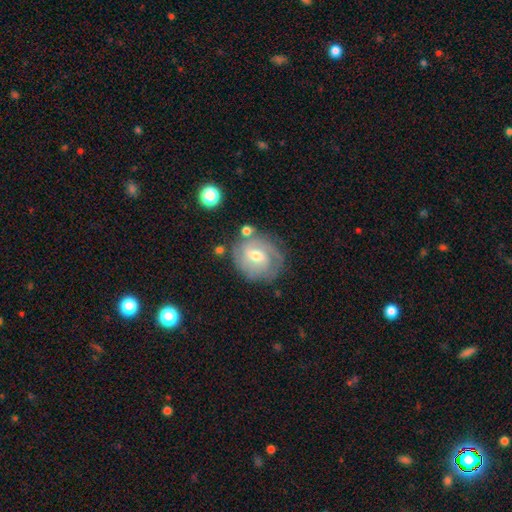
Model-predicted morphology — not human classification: This is likely a featured or disk galaxy (75%). It is clearly not viewed edge-on (97%). Bar: possibly weak (51%). Spiral arm pattern: clearly yes (91%). Spiral arm count: marginally 2 (39%). Spiral winding: possibly tight (54%). Central bulge: possibly moderate (58%). Merging: likely none (67%).